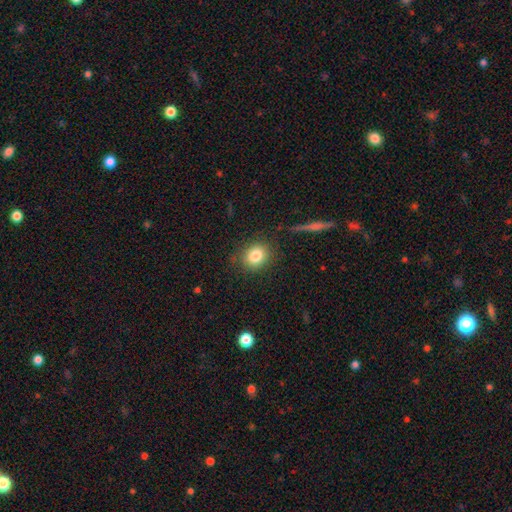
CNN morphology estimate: smooth-or-featured: smooth: 82% | star or artifact: 10% | featured or disk: 8%
  how-rounded: round: 68% | in between: 31% | cigar-shaped: 1%
  merging: none: 84% | minor disturbance: 11% | major disturbance: 3% | merger: 2%